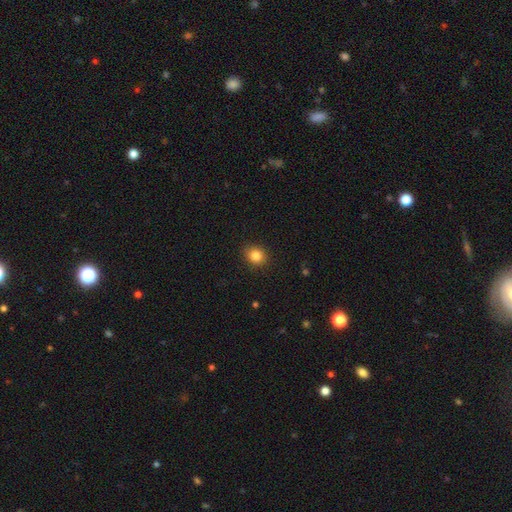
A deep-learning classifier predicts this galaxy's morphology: This is clearly a smooth galaxy (84%). How rounded: likely round (71%). Merging: clearly none (87%).